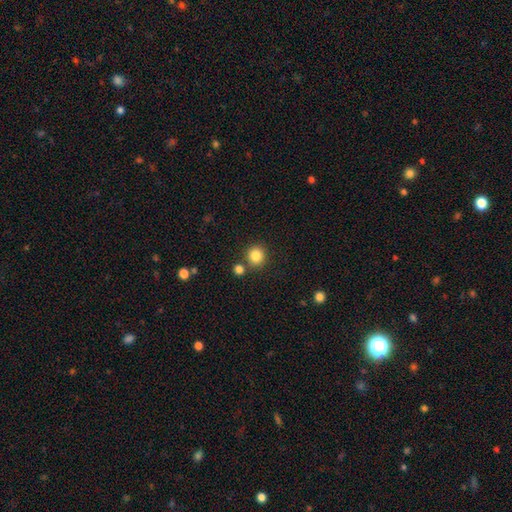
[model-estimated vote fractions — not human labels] Smooth or featured: smooth — 85% (star or artifact — 10%)
How rounded: round — 91% (in between — 8%)
Merging: none — 79% (merger — 11%)